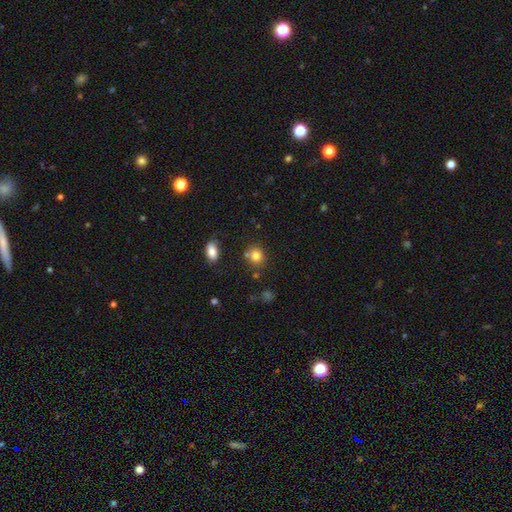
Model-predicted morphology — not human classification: smooth 81%, star or artifact 12%, featured or disk 7%. Down the decision tree: how rounded — round (74%); merging — none (72%).